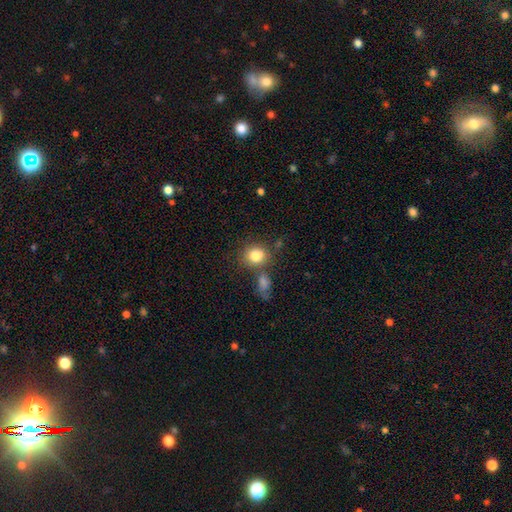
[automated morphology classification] smooth-or-featured: smooth: 82% | star or artifact: 10% | featured or disk: 8%
  how-rounded: round: 72% | in between: 27% | cigar-shaped: 1%
  merging: none: 65% | merger: 17% | minor disturbance: 13% | major disturbance: 5%